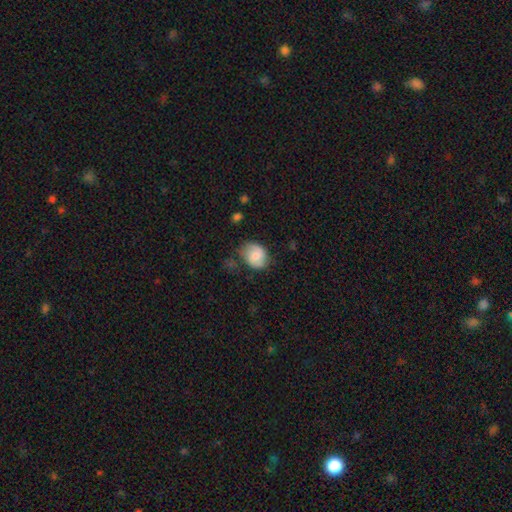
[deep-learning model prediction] Morphology: type=smooth (71%); roundness=in between (50%); merging=none (62%).